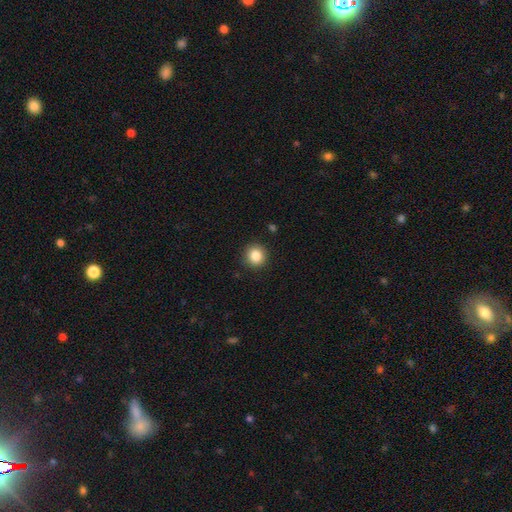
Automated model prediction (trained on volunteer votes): smooth-or-featured: smooth: 85% | star or artifact: 10% | featured or disk: 5%
  how-rounded: round: 90% | in between: 9% | cigar-shaped: 1%
  merging: none: 91% | minor disturbance: 6% | major disturbance: 2% | merger: 1%